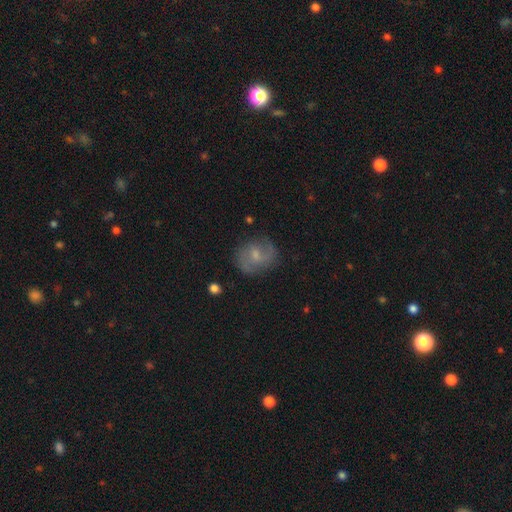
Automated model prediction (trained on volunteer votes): smooth_or_featured: featured or disk (p=0.59) [alt: smooth p=0.32]
disk_edge_on: no (p=0.97) [alt: yes p=0.03]
bar: weak (p=0.48) [alt: no p=0.44]
has_spiral_arms: yes (p=0.85) [alt: no p=0.15]
bulge_size: small (p=0.52) [alt: moderate p=0.35]
merging: none (p=0.73) [alt: minor disturbance p=0.18]